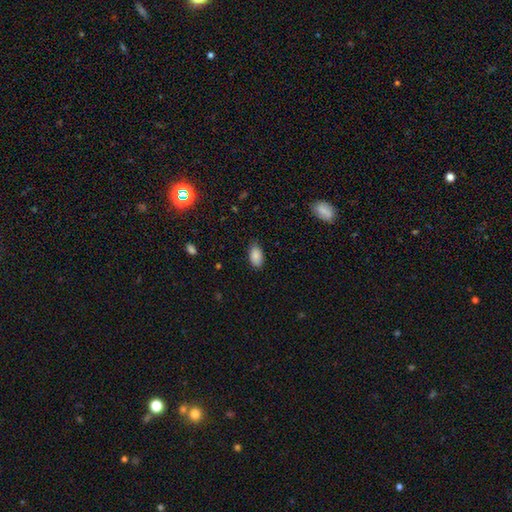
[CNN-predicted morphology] Q: Smooth or featured?
A: smooth (88%); runner-up: star or artifact (7%)
Q: How rounded?
A: in between (93%); runner-up: round (5%)
Q: Merging?
A: none (80%); runner-up: minor disturbance (16%)